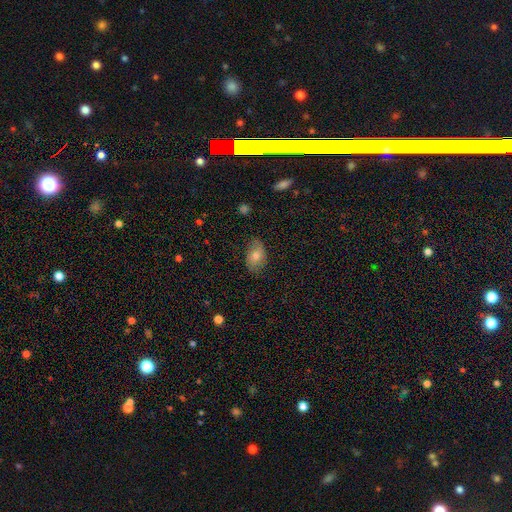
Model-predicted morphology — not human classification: smooth-or-featured: smooth: 68% | featured or disk: 22% | star or artifact: 10%
  how-rounded: in between: 88% | round: 10% | cigar-shaped: 2%
  merging: none: 78% | minor disturbance: 17% | major disturbance: 4% | merger: 1%